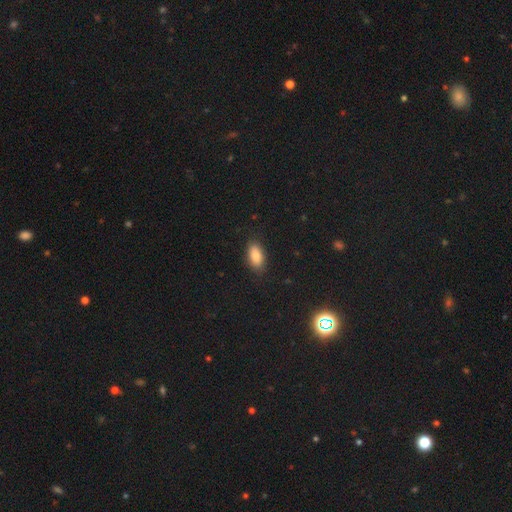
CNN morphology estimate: The model was most divided on "merging": none: 85%, minor disturbance: 11%, major disturbance: 3%, merger: 1%. More confident: how rounded — in between (91%); smooth or featured — smooth (85%).